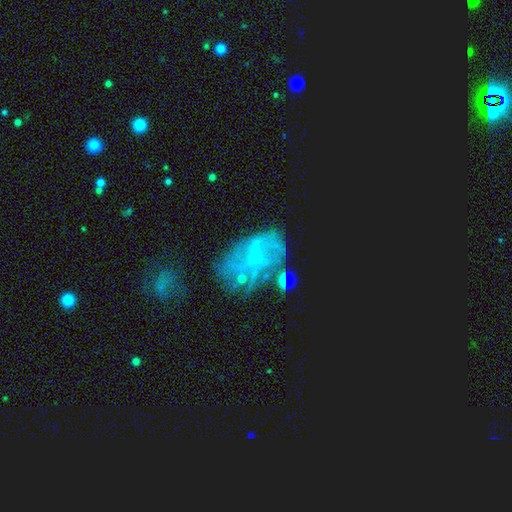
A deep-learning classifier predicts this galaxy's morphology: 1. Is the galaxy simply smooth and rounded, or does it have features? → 55% featured or disk, 23% star or artifact, 22% smooth.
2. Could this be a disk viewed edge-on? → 97% no, 3% yes.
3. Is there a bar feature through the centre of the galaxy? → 61% no, 28% weak, 10% strong.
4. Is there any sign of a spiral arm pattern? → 61% no, 39% yes.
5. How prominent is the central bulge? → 45% none, 44% small, 9% moderate, 1% large, 1% dominant.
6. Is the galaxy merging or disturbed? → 36% none, 30% major disturbance, 20% minor disturbance, 13% merger.